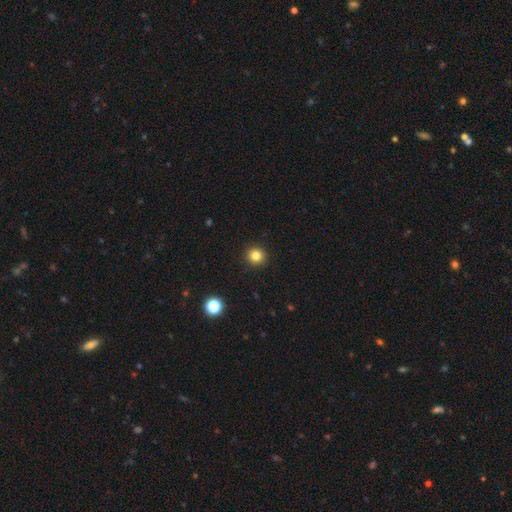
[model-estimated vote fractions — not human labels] smooth-or-featured: smooth: 82% | star or artifact: 13% | featured or disk: 5%
  how-rounded: round: 92% | in between: 7% | cigar-shaped: 1%
  merging: none: 92% | minor disturbance: 5% | major disturbance: 2% | merger: 1%